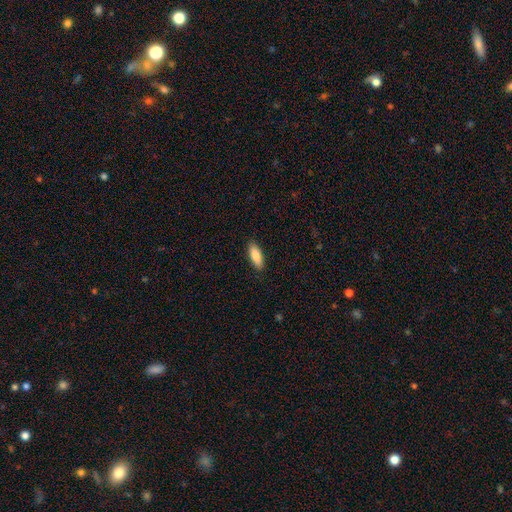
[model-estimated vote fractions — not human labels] smooth 87%, featured or disk 7%, star or artifact 6%. Down the decision tree: how rounded — in between (70%); merging — none (89%).